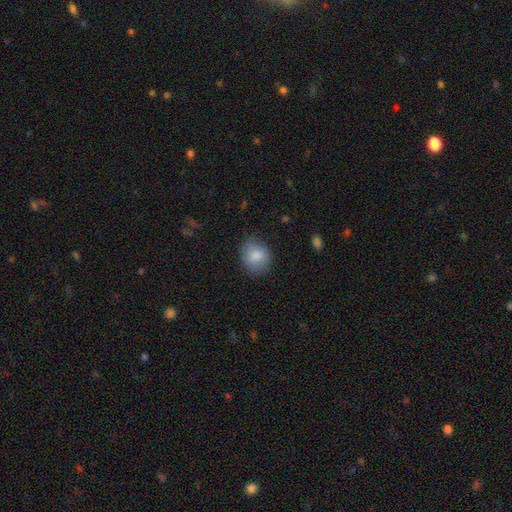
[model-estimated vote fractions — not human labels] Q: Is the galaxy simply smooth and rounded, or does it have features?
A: smooth — 85%.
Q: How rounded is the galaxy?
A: round — 65%.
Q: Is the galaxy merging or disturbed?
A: none — 79%.